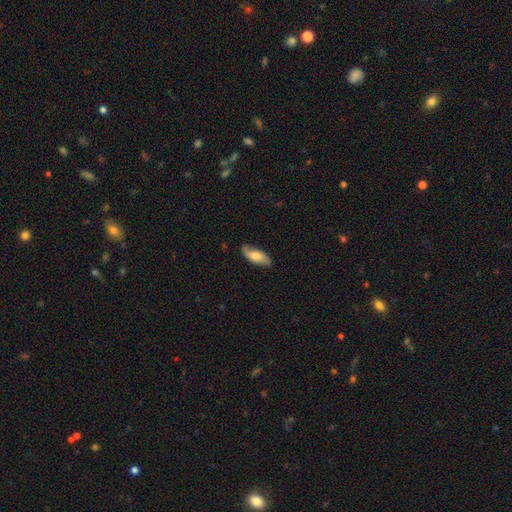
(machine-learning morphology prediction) This appears to be a smooth galaxy with no disk features (63%) that is in between round and cigar-shaped (80%). Merging: none (72%).